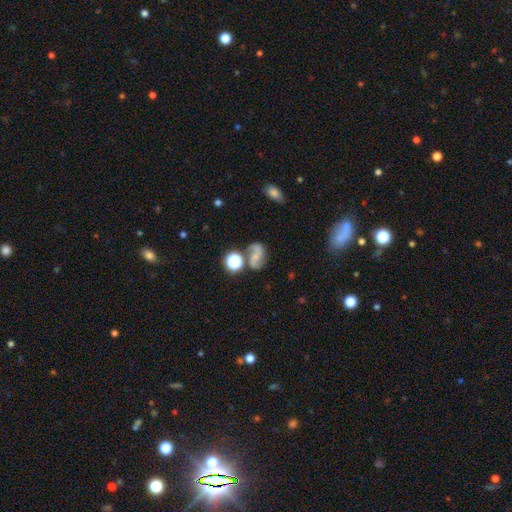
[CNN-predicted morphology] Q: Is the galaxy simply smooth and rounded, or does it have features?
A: featured or disk — 67%.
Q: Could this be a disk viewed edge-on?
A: no — 97%.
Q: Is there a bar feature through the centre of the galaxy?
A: no — 49%.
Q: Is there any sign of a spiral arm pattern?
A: yes — 93%.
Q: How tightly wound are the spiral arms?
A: loose — 59%.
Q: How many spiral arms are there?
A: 2 — 89%.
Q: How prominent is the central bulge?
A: none — 40%.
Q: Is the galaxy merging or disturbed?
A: none — 59%.